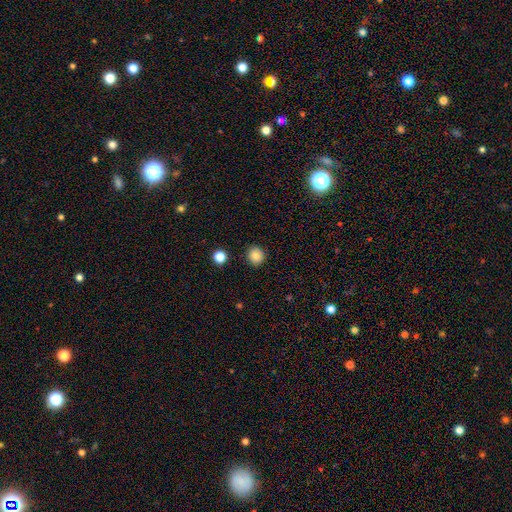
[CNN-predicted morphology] Overall: smooth (85%). How rounded: round (90%). Merging: none (91%).